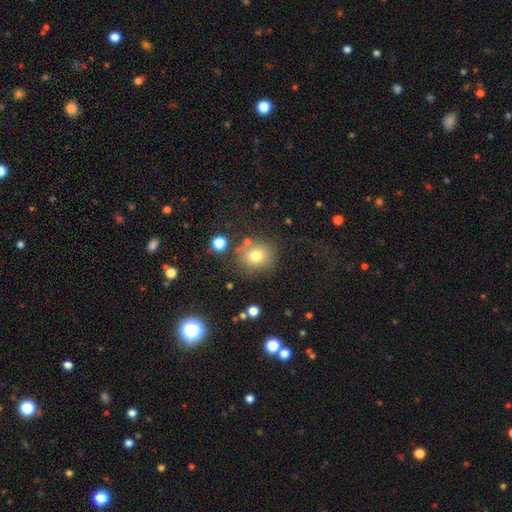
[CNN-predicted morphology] Smooth or featured? smooth (76%)
How rounded? round (77%)
Merging? none (73%)